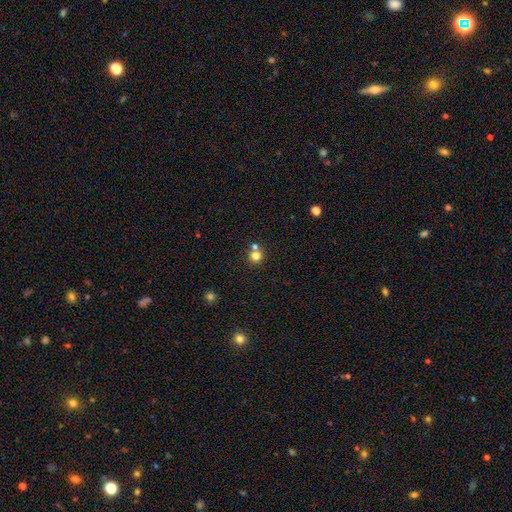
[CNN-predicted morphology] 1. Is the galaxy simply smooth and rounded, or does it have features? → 78% smooth, 14% star or artifact, 8% featured or disk.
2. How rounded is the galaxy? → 91% round, 8% in between, 1% cigar-shaped.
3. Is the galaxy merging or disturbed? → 59% none, 32% merger, 6% minor disturbance, 2% major disturbance.